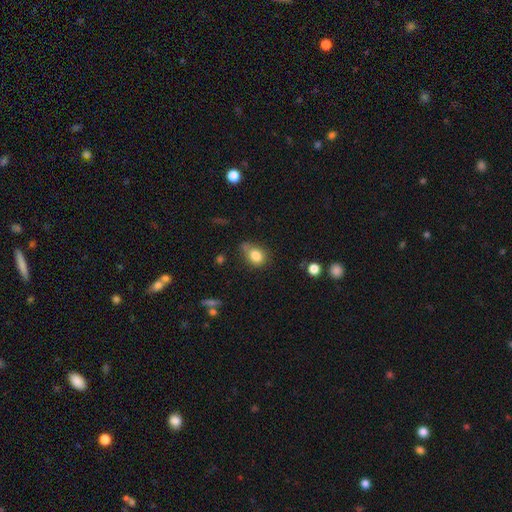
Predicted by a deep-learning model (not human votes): smooth-or-featured: smooth: 81% | star or artifact: 10% | featured or disk: 9%
  how-rounded: in between: 54% | round: 45% | cigar-shaped: 2%
  merging: none: 48% | minor disturbance: 32% | major disturbance: 11% | merger: 9%